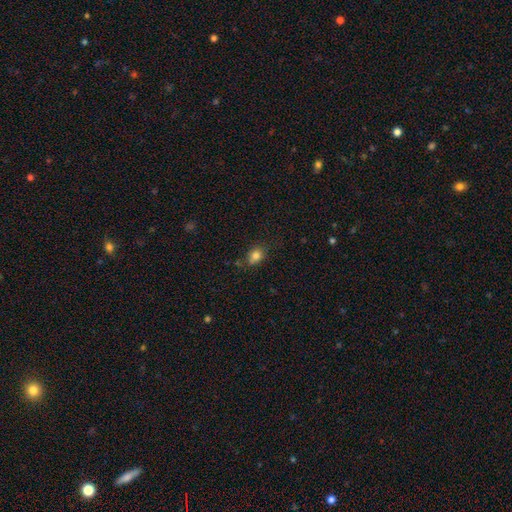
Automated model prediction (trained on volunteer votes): smooth_or_featured: smooth (p=0.81) [alt: star or artifact p=0.11]
how_rounded: in between (p=0.56) [alt: round p=0.42]
merging: none (p=0.66) [alt: minor disturbance p=0.23]